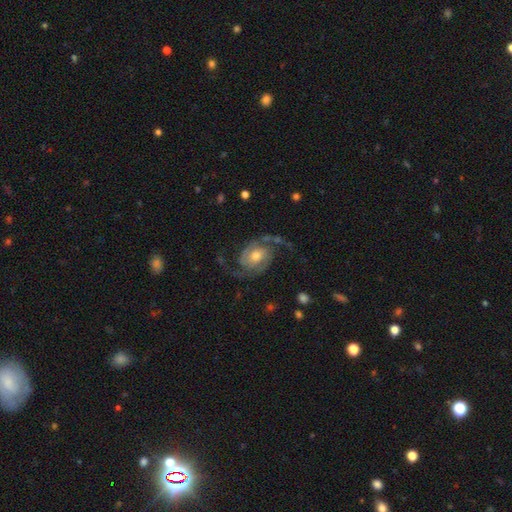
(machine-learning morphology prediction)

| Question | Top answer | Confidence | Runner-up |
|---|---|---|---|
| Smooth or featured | featured or disk | 89% | smooth (5%) |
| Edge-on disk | no | 98% | yes (2%) |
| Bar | no | 67% | weak (27%) |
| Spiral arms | yes | 98% | no (2%) |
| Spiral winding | medium | 51% | loose (29%) |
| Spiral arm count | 2 | 93% | can't tell (2%) |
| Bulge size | moderate | 65% | small (22%) |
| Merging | none | 74% | minor disturbance (14%) |